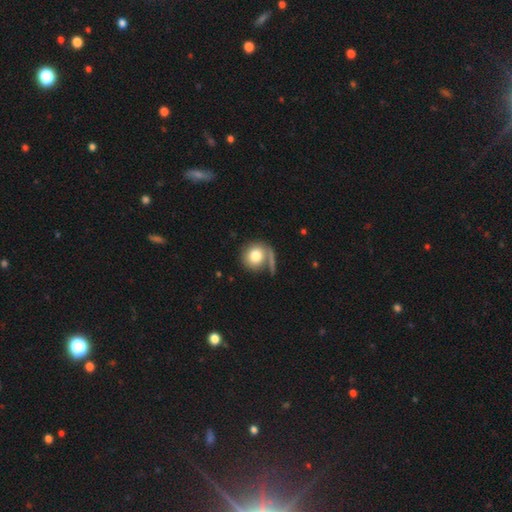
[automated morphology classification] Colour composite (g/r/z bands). It shows a smooth galaxy with no disk features (76%) that is round (86%). Merging: none (61%).